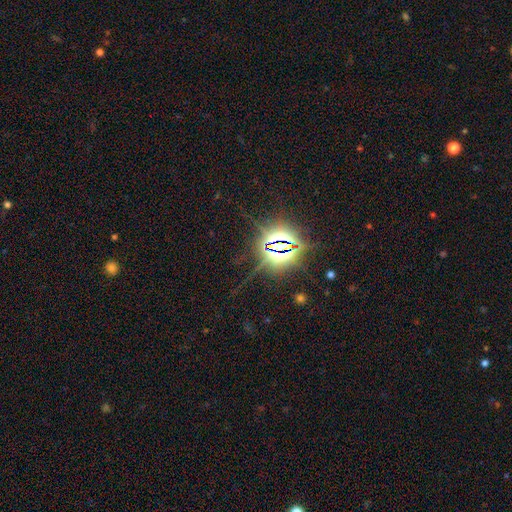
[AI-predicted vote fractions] star or artifact 83%, smooth 10%, featured or disk 7%.